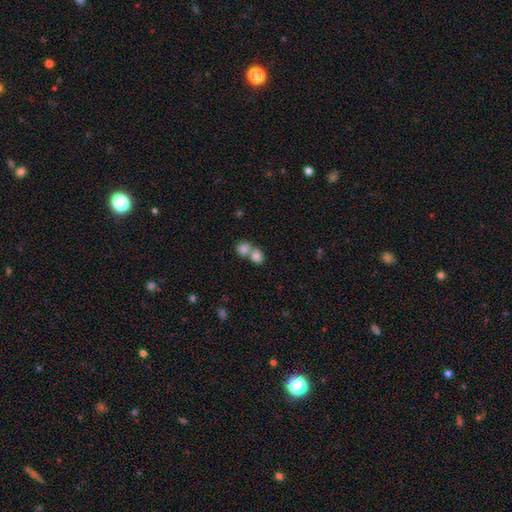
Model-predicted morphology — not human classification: smooth-or-featured: smooth: 83% | star or artifact: 9% | featured or disk: 8%
  how-rounded: round: 63% | in between: 35% | cigar-shaped: 1%
  merging: merger: 60% | none: 31% | minor disturbance: 6% | major disturbance: 3%